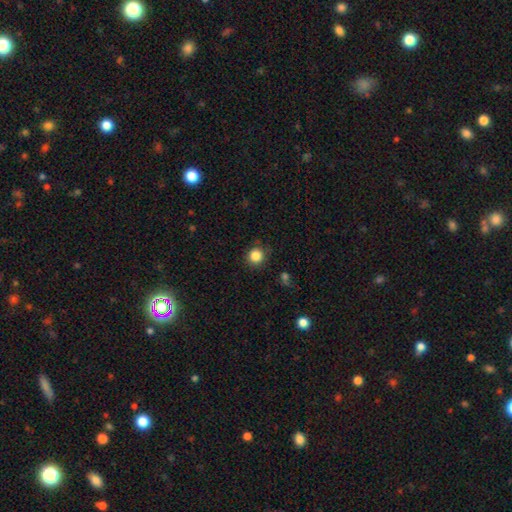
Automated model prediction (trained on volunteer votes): A smooth galaxy with no disk features (85%) that is round (93%). Merging: none (86%).